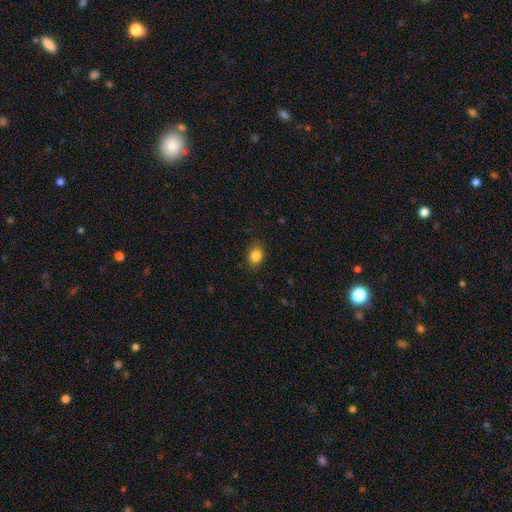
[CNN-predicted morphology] This is clearly a smooth galaxy (85%). How rounded: possibly in between (57%). Merging: clearly none (84%).